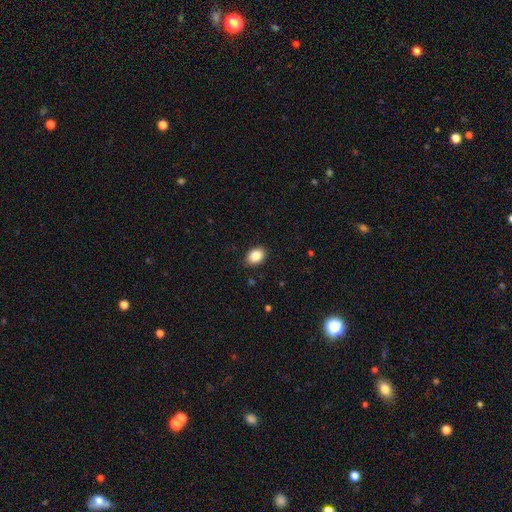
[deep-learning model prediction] smooth 87%, star or artifact 8%, featured or disk 5%. Down the decision tree: how rounded — in between (75%); merging — none (89%).